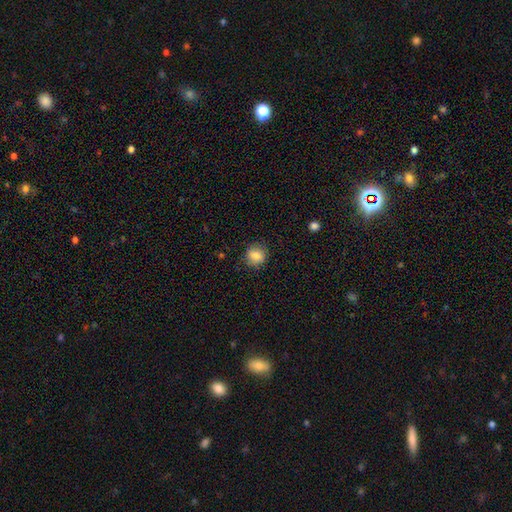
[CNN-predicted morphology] This appears to be a smooth galaxy with no disk features (83%) that is round (81%). Merging: none (82%).